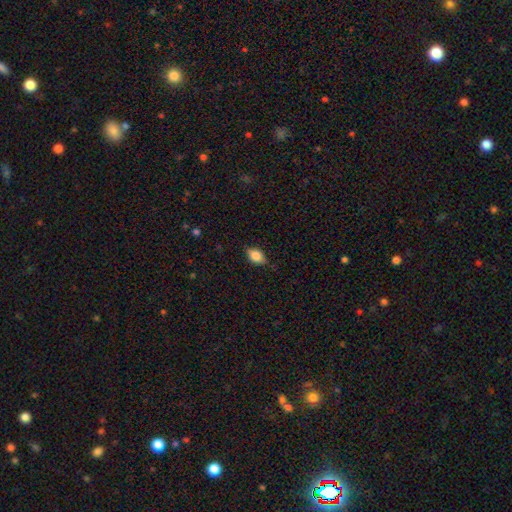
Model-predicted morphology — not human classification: type=smooth (79%); roundness=in between (83%); merging=none (76%).